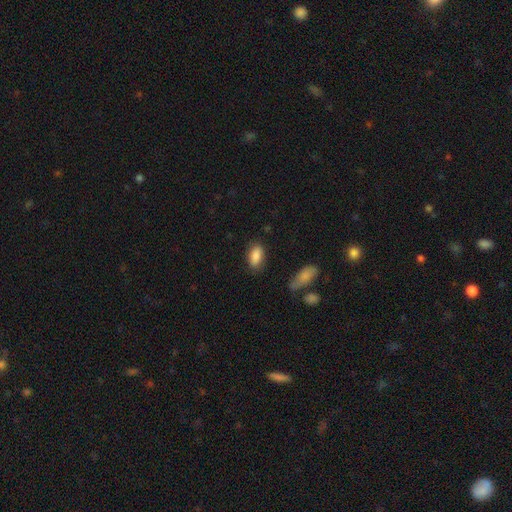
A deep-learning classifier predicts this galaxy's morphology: Smooth or featured? smooth (88%)
How rounded? in between (92%)
Merging? none (82%)